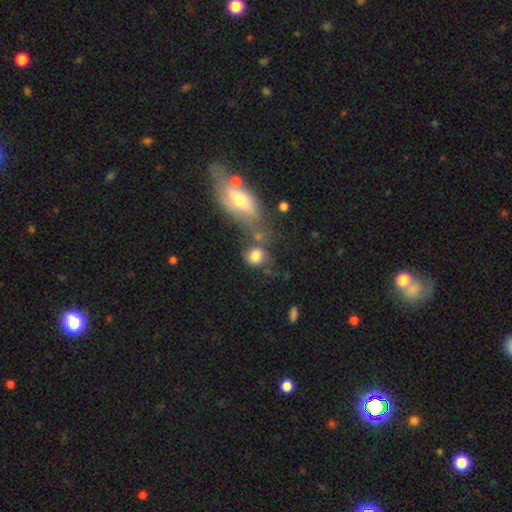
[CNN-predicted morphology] type=smooth (75%); roundness=round (64%); merging=none (40%).